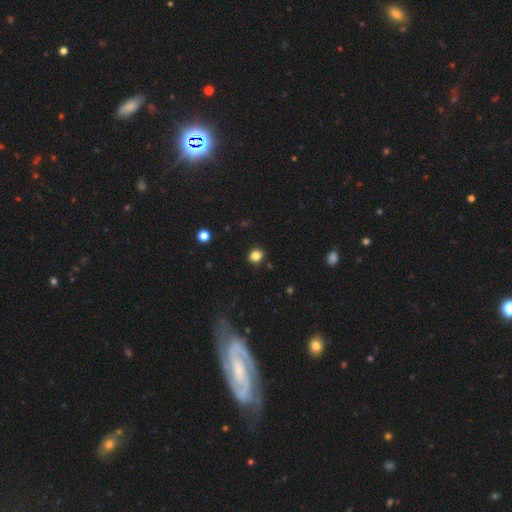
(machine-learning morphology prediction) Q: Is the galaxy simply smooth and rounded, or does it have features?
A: smooth — 84%.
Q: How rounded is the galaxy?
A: round — 75%.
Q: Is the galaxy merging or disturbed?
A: none — 89%.